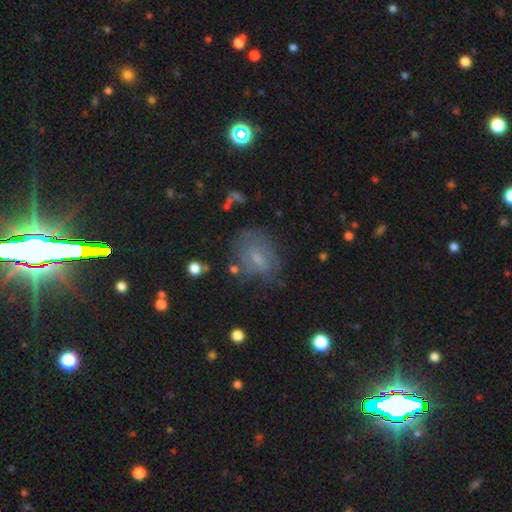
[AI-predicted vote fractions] Smooth or featured: featured or disk — 47% (smooth — 38%)
Merging: none — 56% (minor disturbance — 25%)